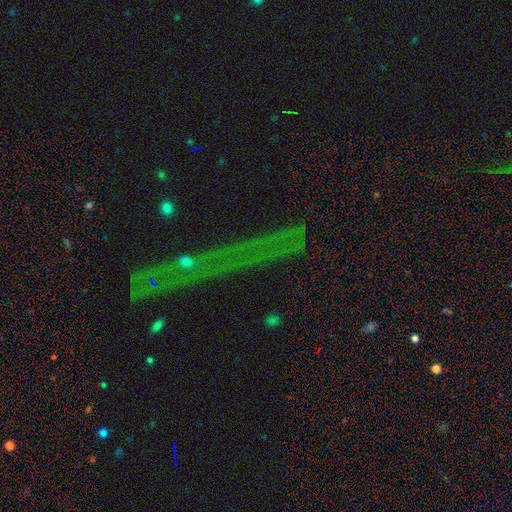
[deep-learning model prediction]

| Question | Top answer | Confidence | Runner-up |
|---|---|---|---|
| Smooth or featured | star or artifact | 72% | smooth (14%) |